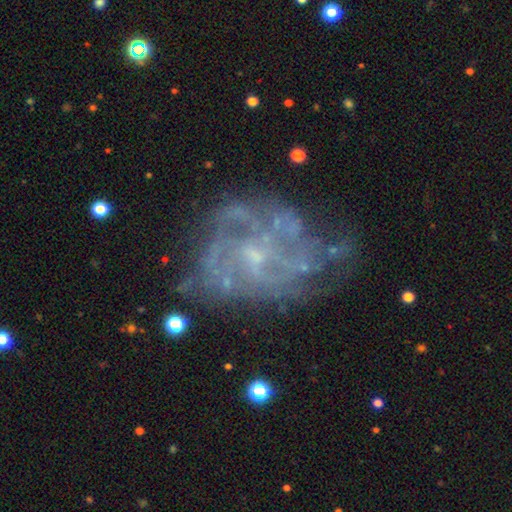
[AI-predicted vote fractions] A featured or disk galaxy (79%) with no bar (67%), tight (48%) spiral arms (80%) and a small central bulge (70%). Merging: none (58%).